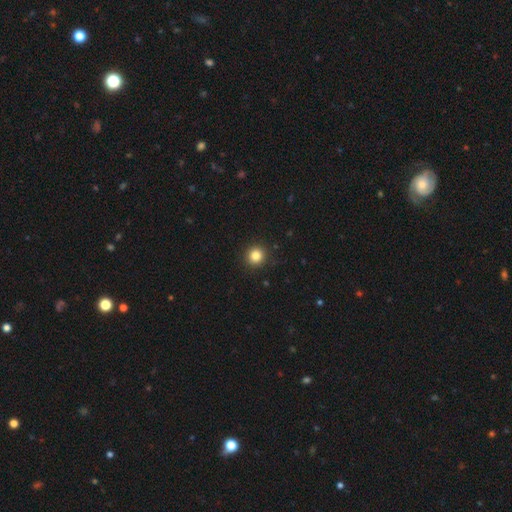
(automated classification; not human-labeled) Overall: smooth (83%). How rounded: round (94%). Merging: none (92%).